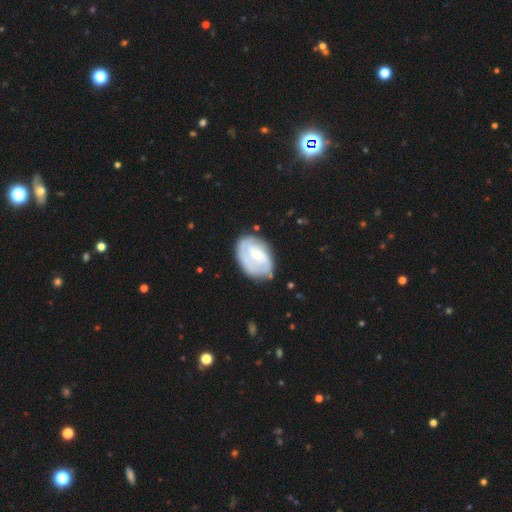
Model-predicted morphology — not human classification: smooth-or-featured: featured or disk: 66% | smooth: 29% | star or artifact: 5%
  disk-edge-on: no: 97% | yes: 3%
    bar: no: 55% | weak: 37% | strong: 8%
    has-spiral-arms: yes: 78% | no: 22%
    bulge-size: small: 47% | moderate: 46% | large: 3% | none: 3% | dominant: 1%
  merging: none: 68% | minor disturbance: 22% | major disturbance: 8% | merger: 2%